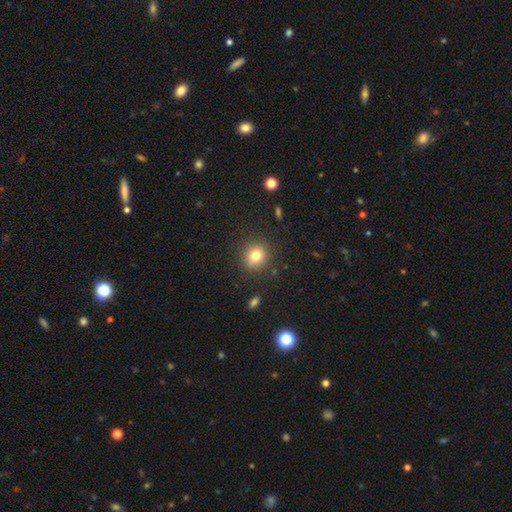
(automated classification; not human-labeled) A smooth galaxy with no disk features (78%) that is round (87%). Merging: none (87%).